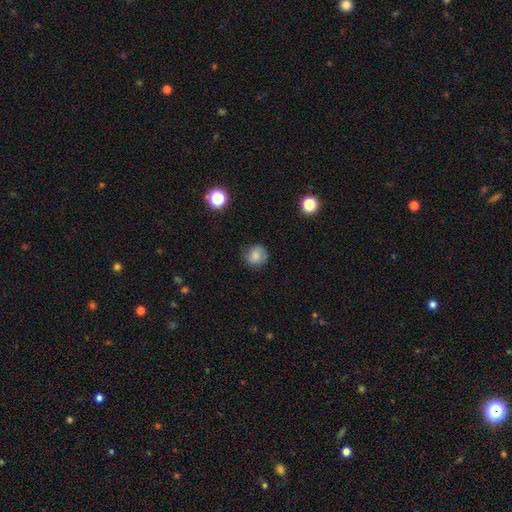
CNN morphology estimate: Smooth or featured? smooth (76%)
How rounded? round (86%)
Merging? none (78%)